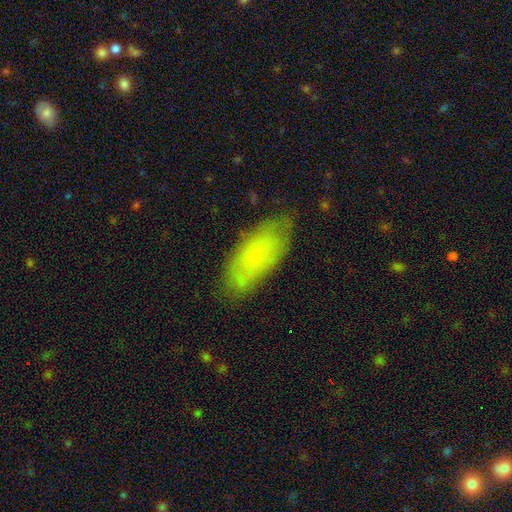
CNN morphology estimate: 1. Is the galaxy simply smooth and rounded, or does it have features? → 63% smooth, 30% featured or disk, 7% star or artifact.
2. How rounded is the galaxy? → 84% in between, 13% cigar-shaped, 2% round.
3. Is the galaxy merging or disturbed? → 74% none, 20% minor disturbance, 5% major disturbance, 2% merger.